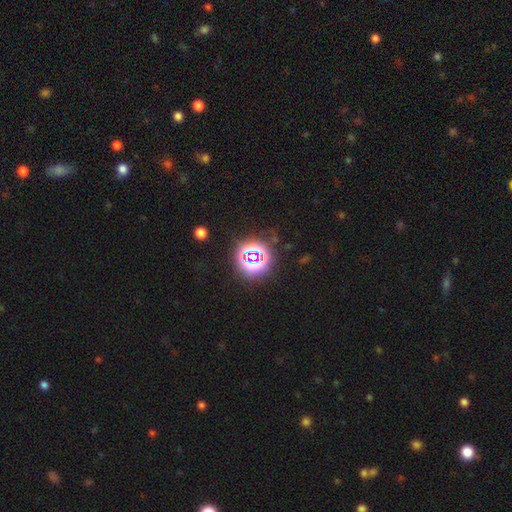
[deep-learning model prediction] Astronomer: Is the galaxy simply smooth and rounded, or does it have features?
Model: star or artifact — 72%.